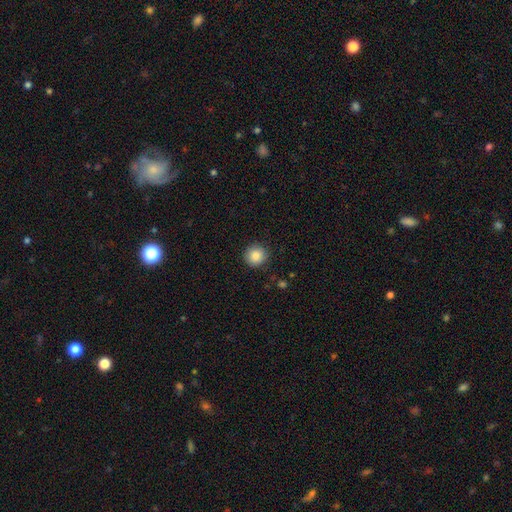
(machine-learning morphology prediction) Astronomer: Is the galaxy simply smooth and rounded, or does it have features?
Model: smooth — 85%.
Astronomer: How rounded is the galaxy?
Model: round — 94%.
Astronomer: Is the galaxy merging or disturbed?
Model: none — 89%.